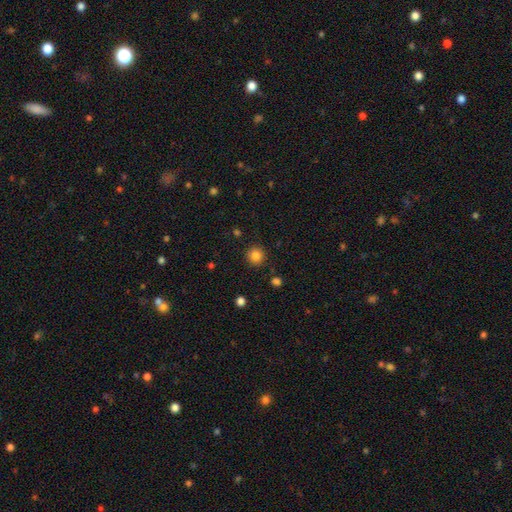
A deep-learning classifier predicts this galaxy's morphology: Smooth or featured? Predicted: smooth (p=0.84). How rounded? Predicted: round (p=0.94). Merging? Predicted: none (p=0.91).